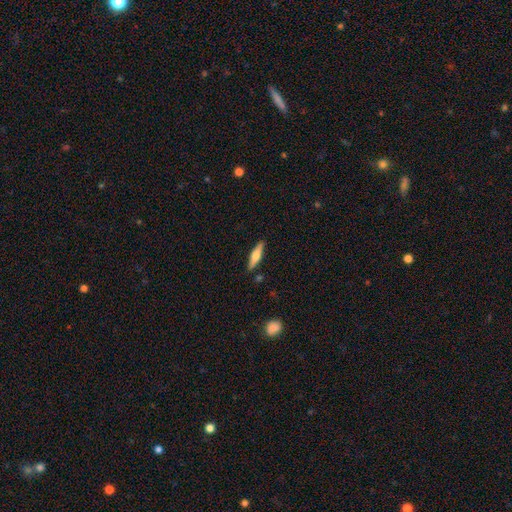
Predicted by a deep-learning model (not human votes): Smooth or featured?
  - smooth: 49% *
  - featured or disk: 45%
  - star or artifact: 6%
Merging?
  - none: 86% *
  - minor disturbance: 10%
  - major disturbance: 2%
  - merger: 2%